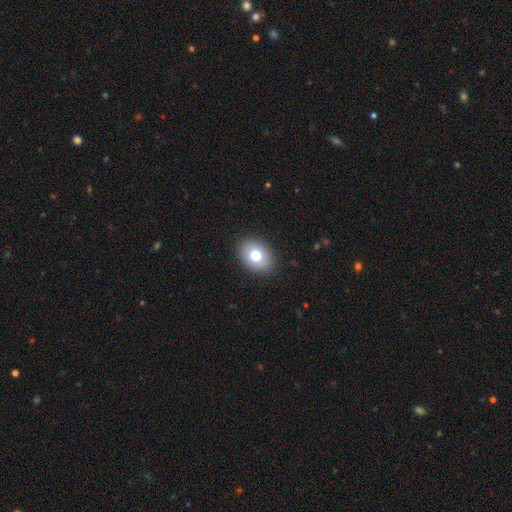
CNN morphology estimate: Smooth or featured? Predicted: smooth (p=0.77). How rounded? Predicted: in between (p=0.72). Merging? Predicted: none (p=0.89).